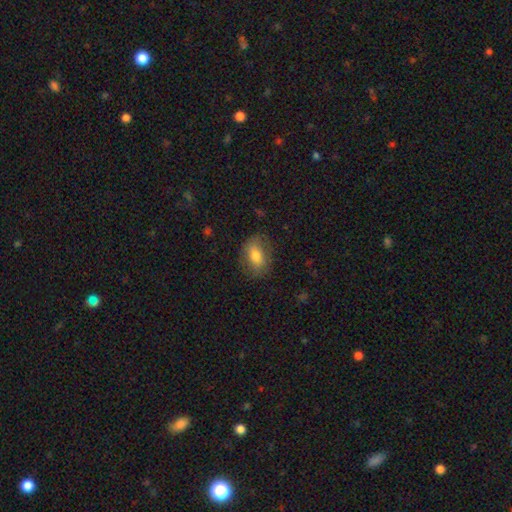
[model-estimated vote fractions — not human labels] A smooth galaxy with no disk features (68%) that is in between round and cigar-shaped (78%).

Vote fractions:
- Smooth or featured? smooth: 68% / featured or disk: 24% / star or artifact: 8%
- How rounded? in between: 78% / round: 19% / cigar-shaped: 2%
- Merging? none: 76% / minor disturbance: 17% / major disturbance: 6% / merger: 1%